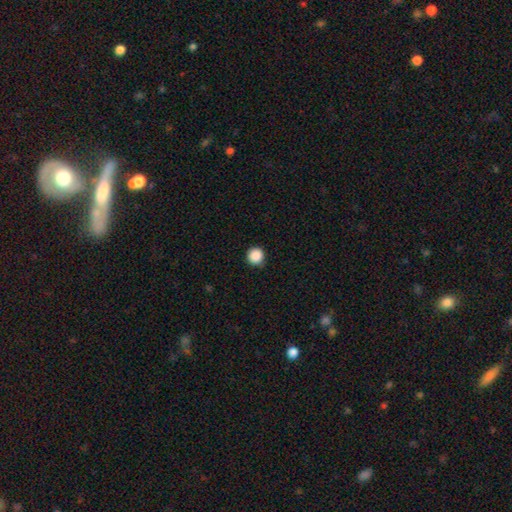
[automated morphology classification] smooth_or_featured: smooth (p=0.89) [alt: star or artifact p=0.09]
how_rounded: round (p=0.96) [alt: in between p=0.03]
merging: none (p=0.90) [alt: minor disturbance p=0.07]